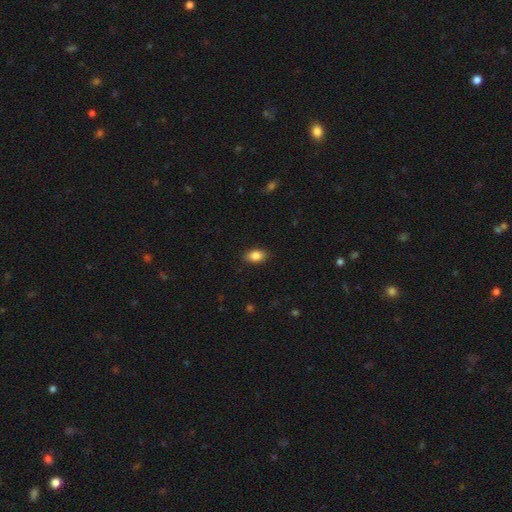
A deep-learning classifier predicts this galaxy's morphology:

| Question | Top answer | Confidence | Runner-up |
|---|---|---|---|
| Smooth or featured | smooth | 86% | star or artifact (8%) |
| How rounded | in between | 88% | round (9%) |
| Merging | none | 88% | minor disturbance (9%) |